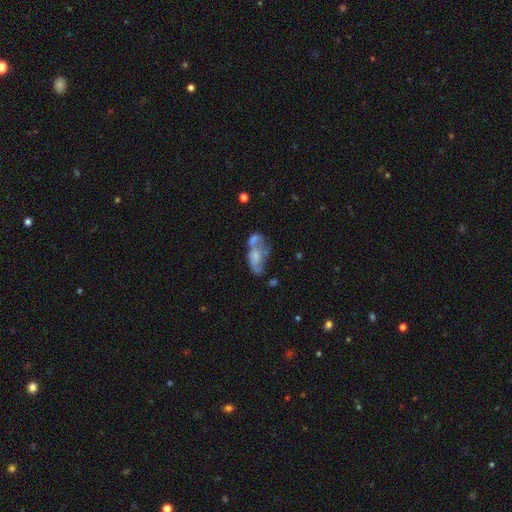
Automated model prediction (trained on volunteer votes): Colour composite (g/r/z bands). It shows a smooth galaxy with no disk features (45%, tied with featured or disk). Merging: merger (51%).